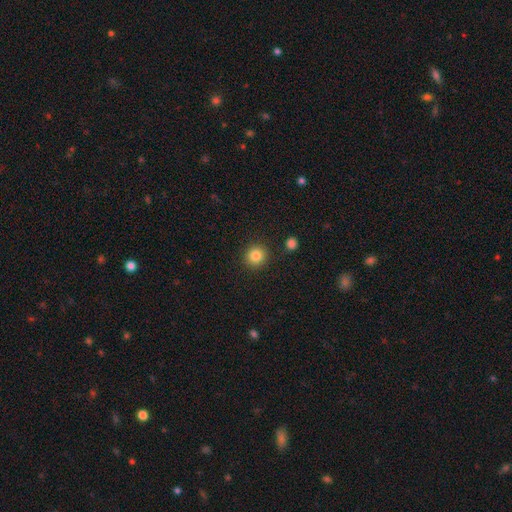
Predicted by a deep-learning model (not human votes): Smooth or featured? smooth (85%)
How rounded? round (92%)
Merging? none (90%)